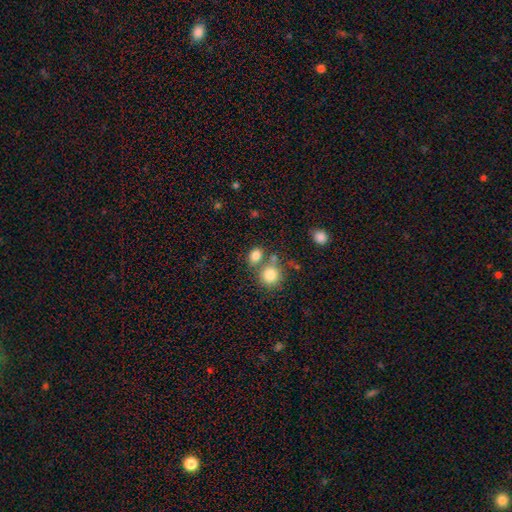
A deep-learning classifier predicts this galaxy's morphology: smooth-or-featured: smooth: 82% | star or artifact: 11% | featured or disk: 7%
  how-rounded: in between: 55% | round: 43% | cigar-shaped: 1%
  merging: none: 55% | merger: 30% | minor disturbance: 11% | major disturbance: 5%